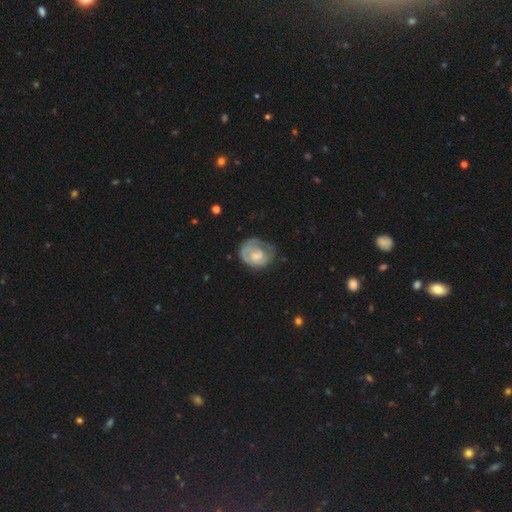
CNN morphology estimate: A featured or disk galaxy (49%).

Vote fractions:
- Smooth or featured? featured or disk: 49% / smooth: 45% / star or artifact: 7%
- Merging? none: 48% / minor disturbance: 27% / major disturbance: 23% / merger: 2%